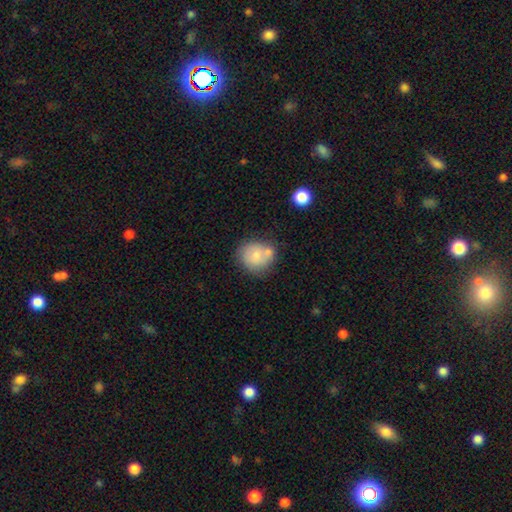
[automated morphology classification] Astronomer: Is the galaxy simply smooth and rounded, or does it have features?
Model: smooth — 73%.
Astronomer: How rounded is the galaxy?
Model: round — 81%.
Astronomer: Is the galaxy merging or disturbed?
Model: none — 48% (runner-up: merger, 31%).